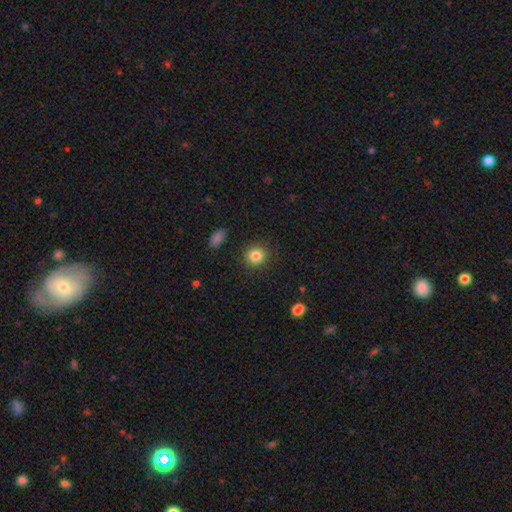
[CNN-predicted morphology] type=smooth (84%); roundness=round (85%); merging=none (90%).